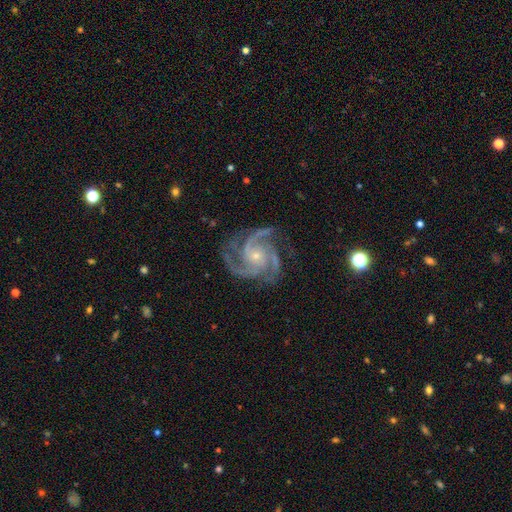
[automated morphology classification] Smooth or featured: featured or disk — 93% (star or artifact — 4%)
Edge-on disk: no — 98% (yes — 2%)
Bar: no — 74% (weak — 19%)
Spiral arms: yes — 99% (no — 1%)
Spiral winding: tight — 48% (medium — 47%)
Spiral arm count: 3 — 63% (4 — 19%)
Bulge size: small — 76% (moderate — 20%)
Merging: none — 77% (minor disturbance — 15%)